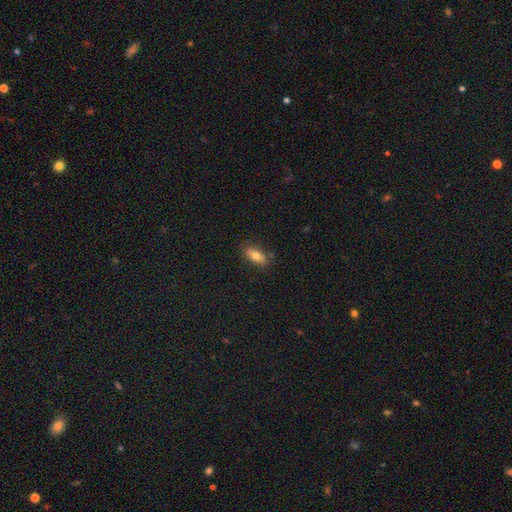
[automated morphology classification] Smooth or featured? smooth (71%)
How rounded? in between (82%)
Merging? none (81%)